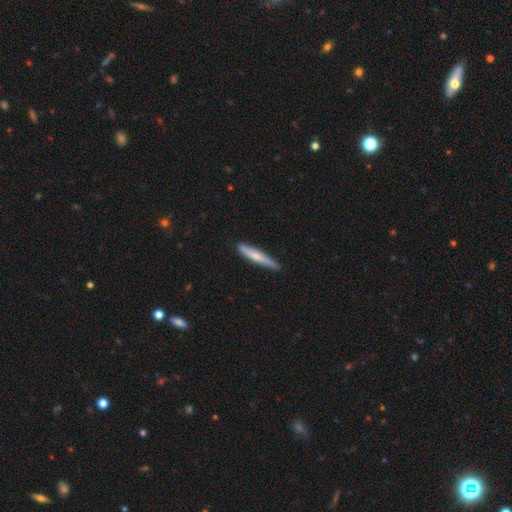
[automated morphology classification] This appears to be a smooth galaxy with no disk features (61%) that is cigar-shaped (93%). Merging: none (83%).